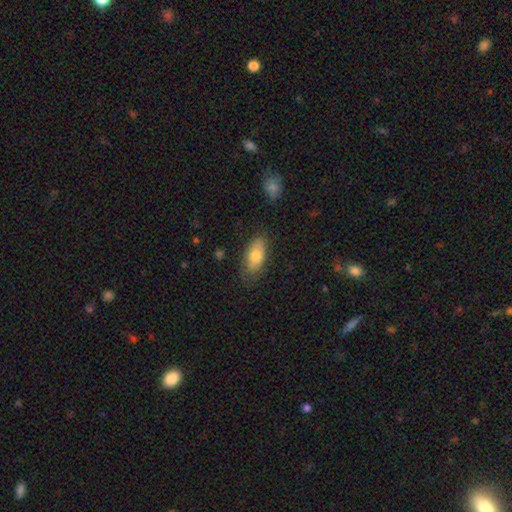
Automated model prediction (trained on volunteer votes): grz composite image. It shows a smooth galaxy with no disk features (78%) that is in between round and cigar-shaped (87%). Merging: none (75%).